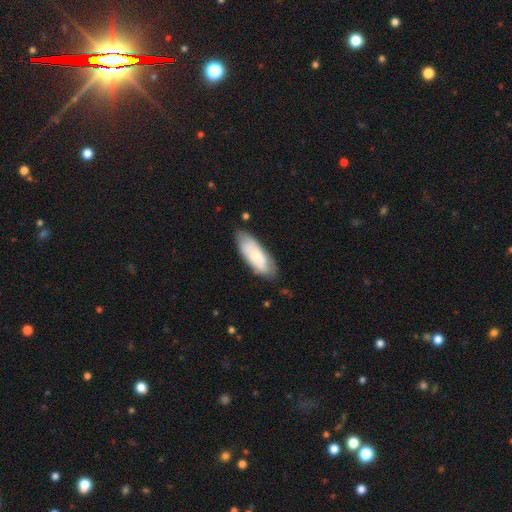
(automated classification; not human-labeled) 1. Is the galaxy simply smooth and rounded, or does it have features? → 68% smooth, 26% featured or disk, 6% star or artifact.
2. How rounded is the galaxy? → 70% in between, 29% cigar-shaped, 2% round.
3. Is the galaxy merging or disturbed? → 74% none, 20% minor disturbance, 4% major disturbance, 2% merger.